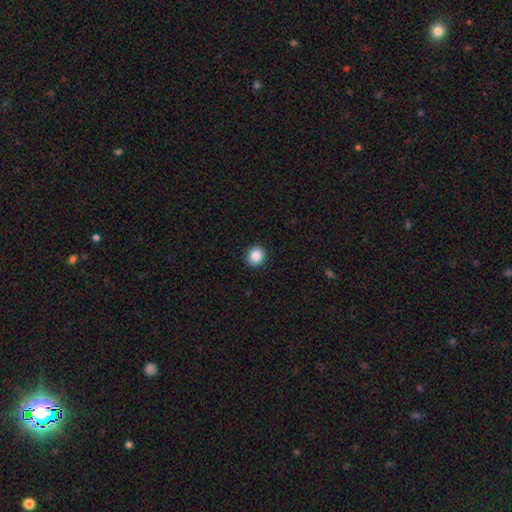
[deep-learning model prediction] Q: Smooth or featured?
A: smooth (87%); runner-up: star or artifact (9%)
Q: How rounded?
A: round (85%); runner-up: in between (14%)
Q: Merging?
A: none (91%); runner-up: minor disturbance (6%)